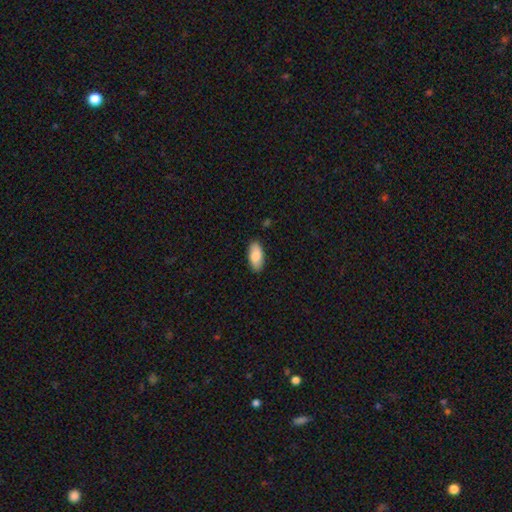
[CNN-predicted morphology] type=smooth (82%); roundness=in between (92%); merging=none (88%).